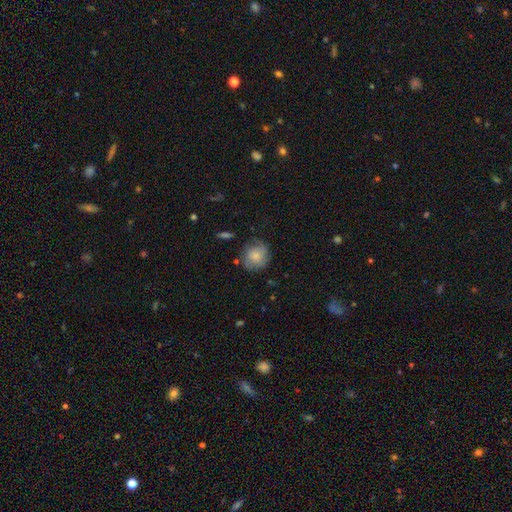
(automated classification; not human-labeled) Morphology: type=smooth (70%); roundness=round (86%); merging=none (67%).